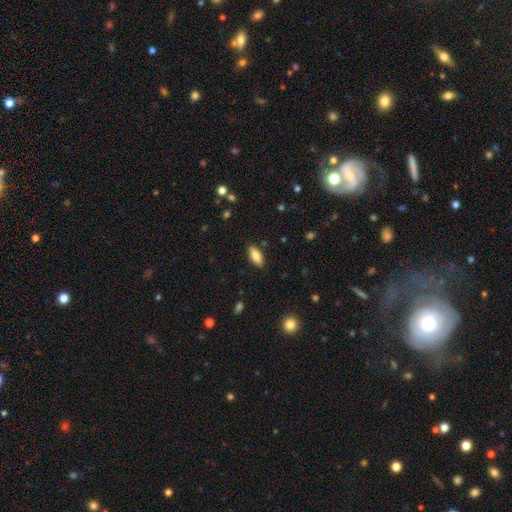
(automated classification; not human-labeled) The model was most divided on "how rounded": in between: 82%, cigar-shaped: 16%, round: 2%. More confident: merging — none (88%); smooth or featured — smooth (81%).